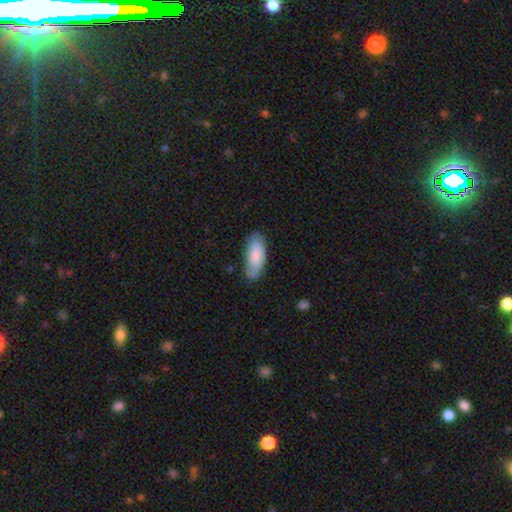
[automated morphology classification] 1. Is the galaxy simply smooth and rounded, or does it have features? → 82% smooth, 12% featured or disk, 6% star or artifact.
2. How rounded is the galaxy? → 81% in between, 18% cigar-shaped, 2% round.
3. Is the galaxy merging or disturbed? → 76% none, 18% minor disturbance, 4% major disturbance, 2% merger.